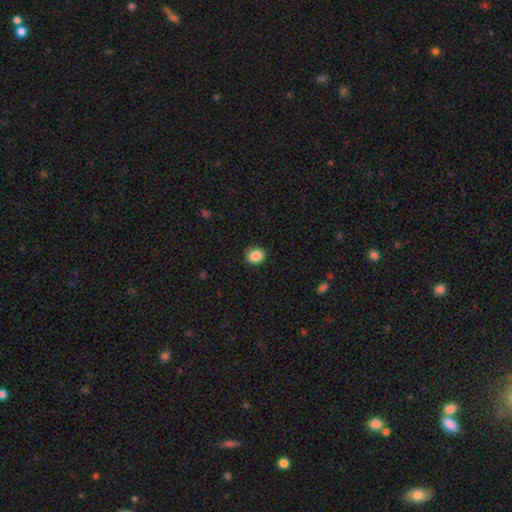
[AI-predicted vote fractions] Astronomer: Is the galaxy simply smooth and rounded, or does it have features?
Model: smooth — 87%.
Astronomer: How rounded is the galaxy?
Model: round — 73%.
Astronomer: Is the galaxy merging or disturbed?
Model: none — 82%.